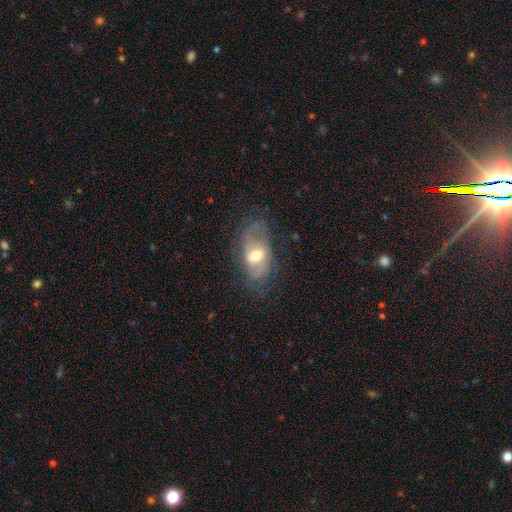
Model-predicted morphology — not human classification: Smooth or featured? Predicted: featured or disk (p=0.50). Merging? Predicted: none (p=0.53).